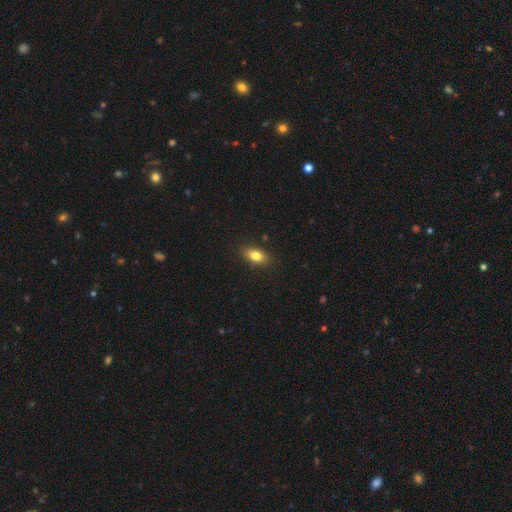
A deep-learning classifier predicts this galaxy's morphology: Overall: smooth (81%). How rounded: in between (85%). Merging: none (87%).